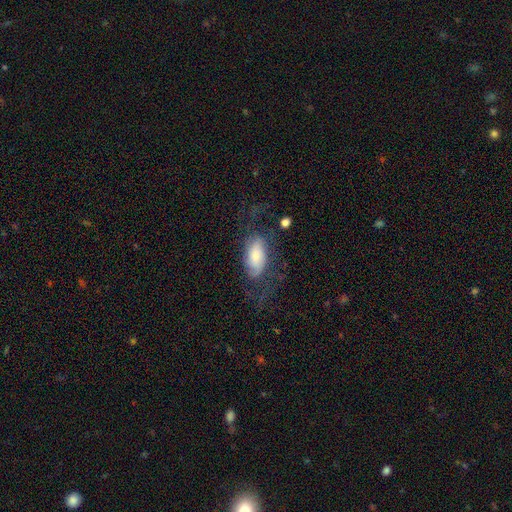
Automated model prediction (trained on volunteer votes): Smooth or featured? featured or disk (50%)
Merging? none (52%)